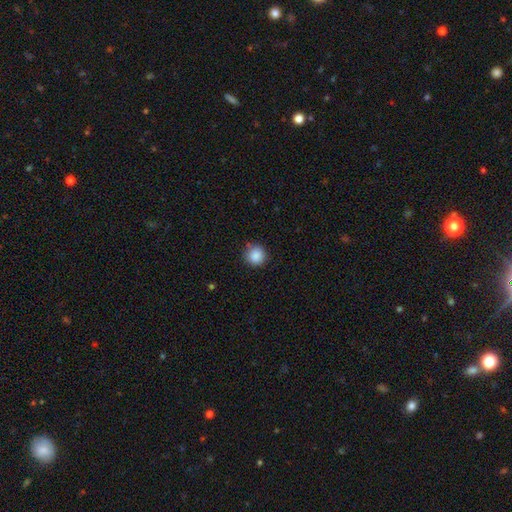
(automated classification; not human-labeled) Q: Smooth or featured?
A: smooth (88%); runner-up: star or artifact (9%)
Q: How rounded?
A: round (94%); runner-up: in between (5%)
Q: Merging?
A: none (85%); runner-up: minor disturbance (11%)